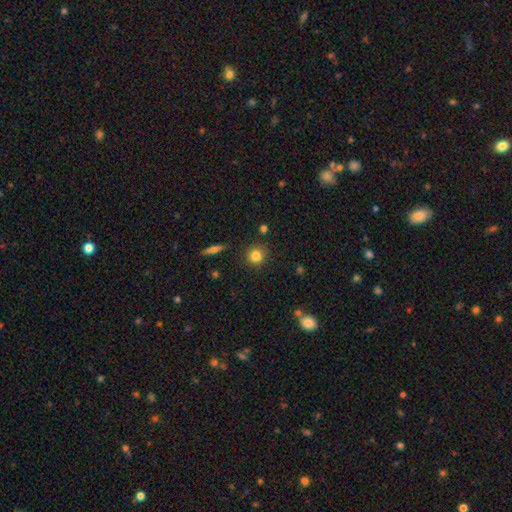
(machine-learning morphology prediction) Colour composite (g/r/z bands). It shows a smooth galaxy with no disk features (82%) that is round (89%). Merging: none (85%).